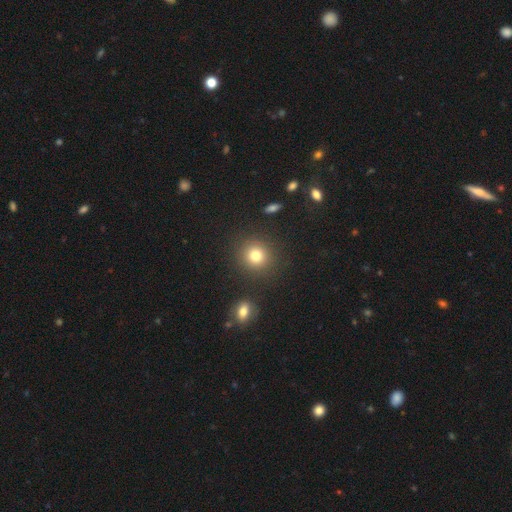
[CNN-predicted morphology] This appears to be a smooth galaxy with no disk features (80%) that is round (89%). Merging: none (87%).